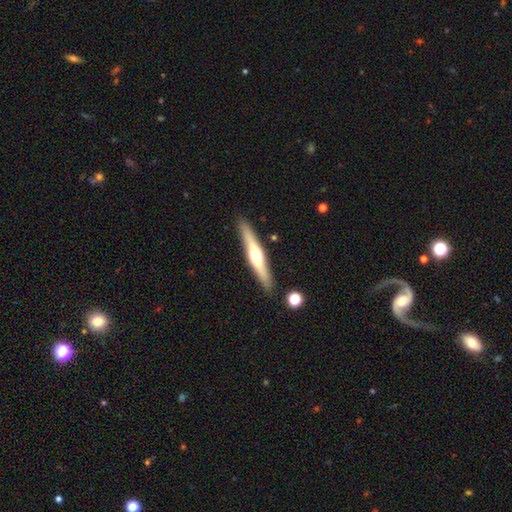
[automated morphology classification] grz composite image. It shows a featured or disk galaxy (60%) viewed edge-on (95%) with a rounded central bulge (90%). Merging: none (89%).